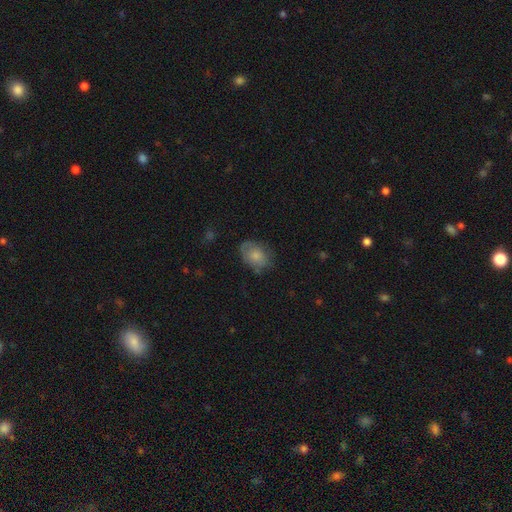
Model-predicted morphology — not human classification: Overall: smooth (72%). How rounded: in between (73%). Merging: none (64%; minor disturbance 25%).